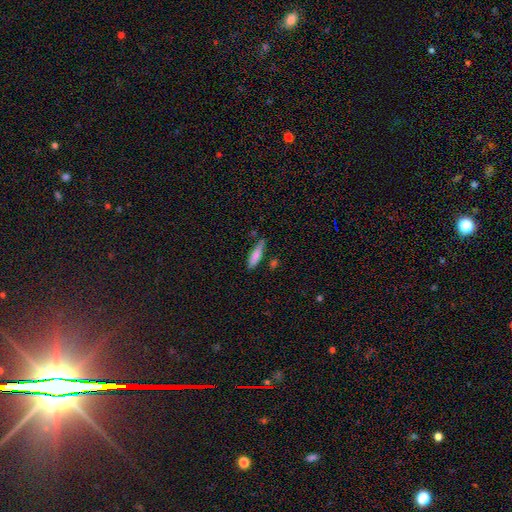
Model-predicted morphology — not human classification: Smooth or featured: smooth — 79% (featured or disk — 15%)
How rounded: cigar-shaped — 75% (in between — 24%)
Merging: none — 69% (minor disturbance — 21%)